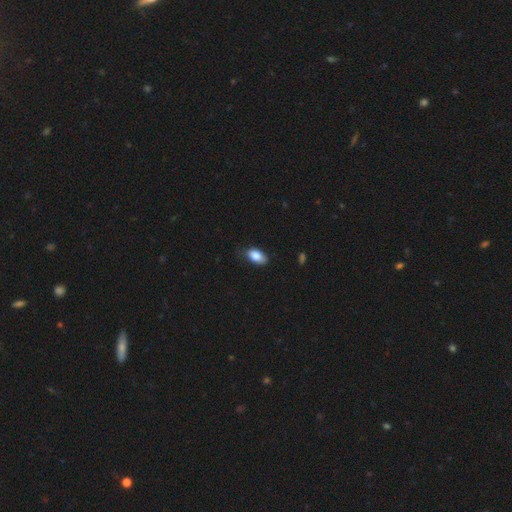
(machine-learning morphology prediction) This appears to be a smooth galaxy with no disk features (85%) that is in between round and cigar-shaped (92%). Merging: none (75%).